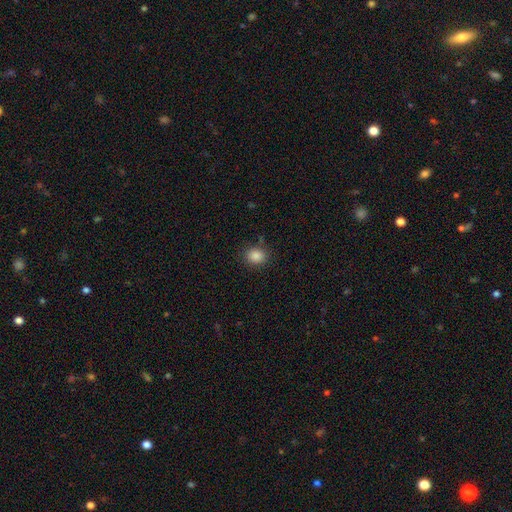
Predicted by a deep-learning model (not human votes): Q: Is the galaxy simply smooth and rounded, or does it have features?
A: smooth — 86%.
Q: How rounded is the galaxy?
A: round — 66%.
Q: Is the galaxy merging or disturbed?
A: none — 85%.